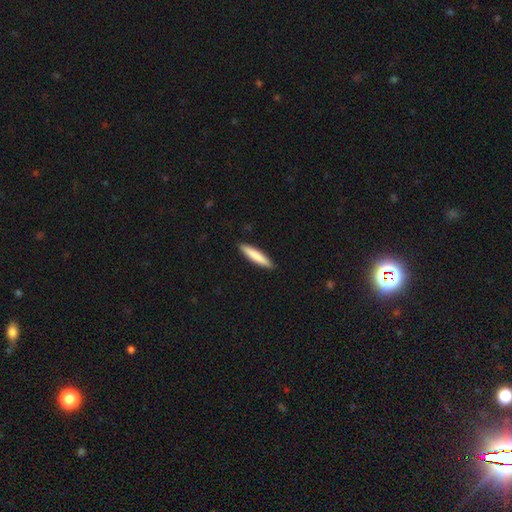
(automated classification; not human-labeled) Overall: smooth (81%). How rounded: cigar-shaped (88%). Merging: none (91%).